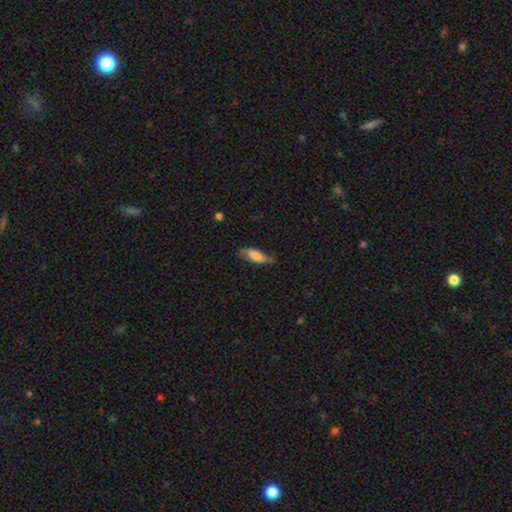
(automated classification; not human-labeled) Overall: smooth (69%). How rounded: in between (63%; cigar-shaped 35%). Merging: none (67%).